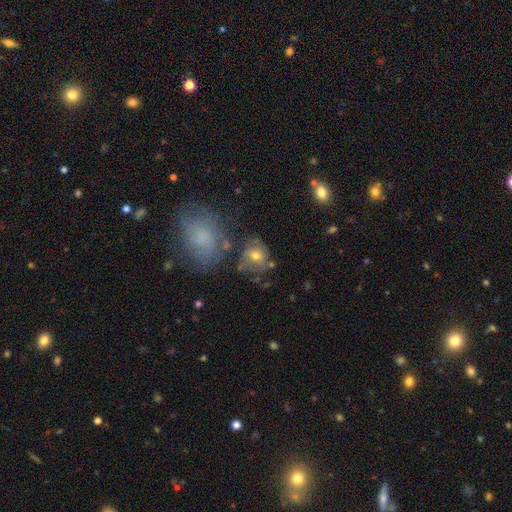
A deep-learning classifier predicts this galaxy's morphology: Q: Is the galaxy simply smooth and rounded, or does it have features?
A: smooth — 53%.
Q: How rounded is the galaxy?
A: round — 66%.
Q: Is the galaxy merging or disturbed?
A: none — 50%.